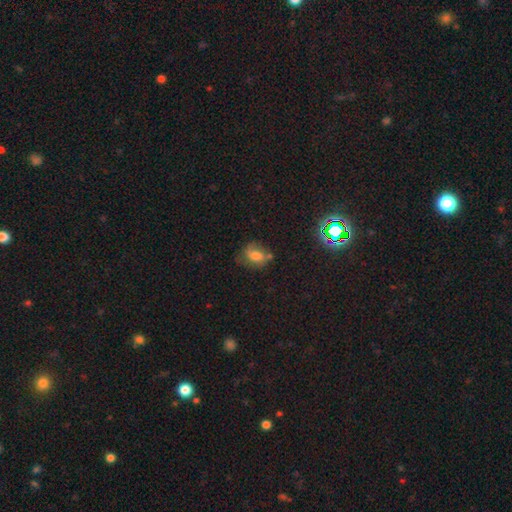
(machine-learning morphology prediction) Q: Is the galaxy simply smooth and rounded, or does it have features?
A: smooth — 54%.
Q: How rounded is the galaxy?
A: in between — 62%.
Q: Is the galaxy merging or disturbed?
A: none — 47%.